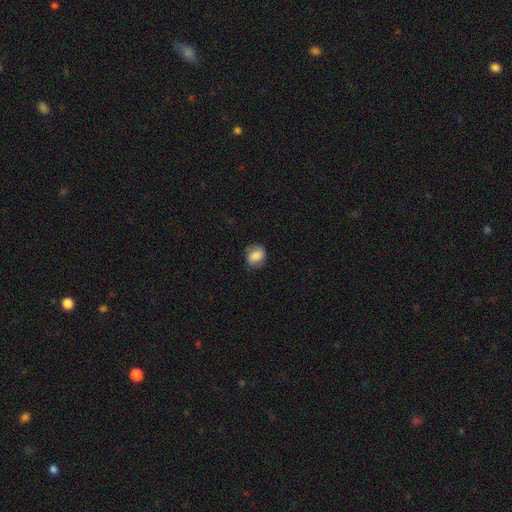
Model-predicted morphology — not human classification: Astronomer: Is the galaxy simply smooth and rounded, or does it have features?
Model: smooth — 77%.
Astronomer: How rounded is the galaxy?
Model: round — 52% (runner-up: in between, 47%).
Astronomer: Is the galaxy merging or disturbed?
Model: none — 71%.